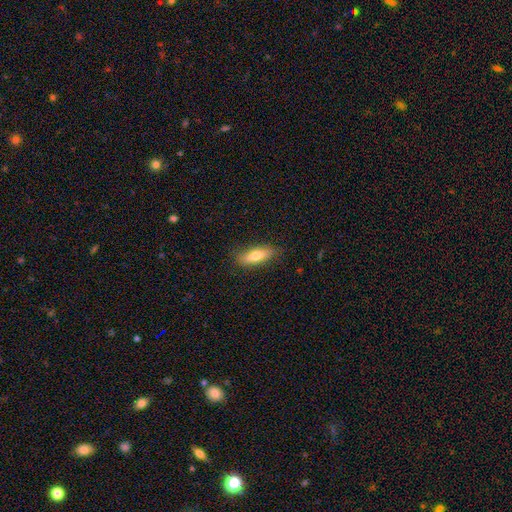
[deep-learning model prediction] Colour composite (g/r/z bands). It shows a smooth galaxy with no disk features (72%) that is in between round and cigar-shaped (52%). Merging: none (81%).